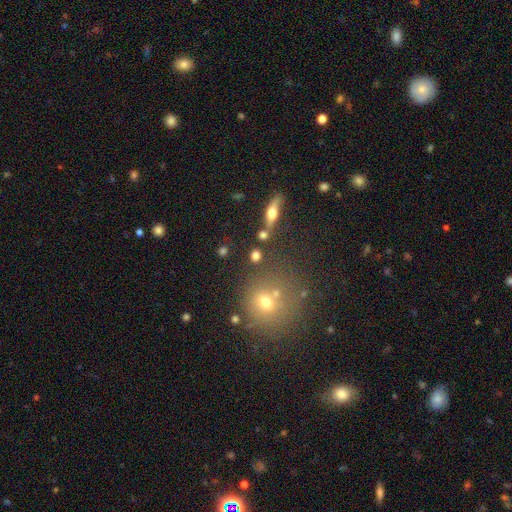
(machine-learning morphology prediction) Smooth or featured? smooth (71%)
How rounded? round (72%)
Merging? none (73%)